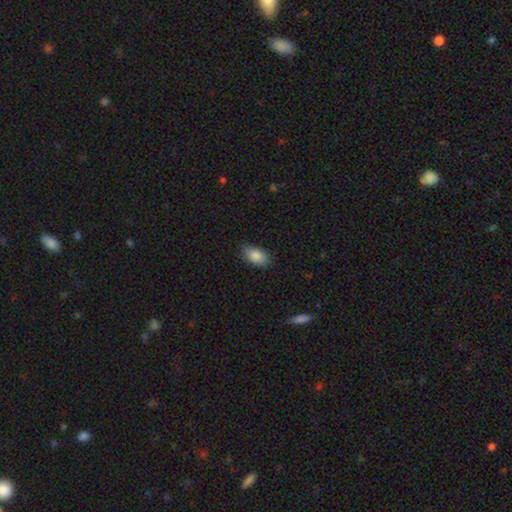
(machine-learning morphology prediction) Smooth or featured: smooth — 86% (star or artifact — 7%)
How rounded: in between — 91% (round — 5%)
Merging: none — 79% (minor disturbance — 17%)